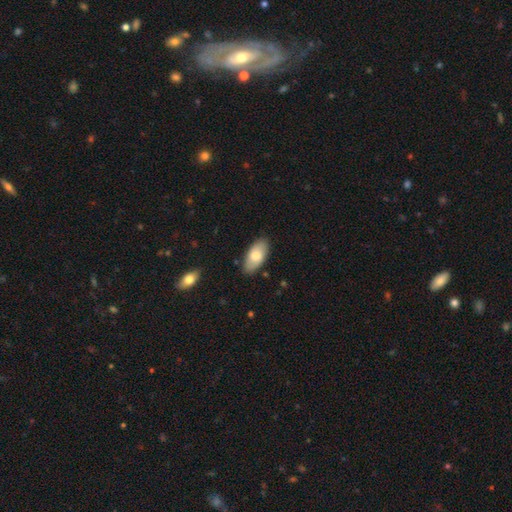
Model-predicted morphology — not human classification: This appears to be a smooth galaxy with no disk features (75%) that is in between round and cigar-shaped (93%). Merging: none (85%).